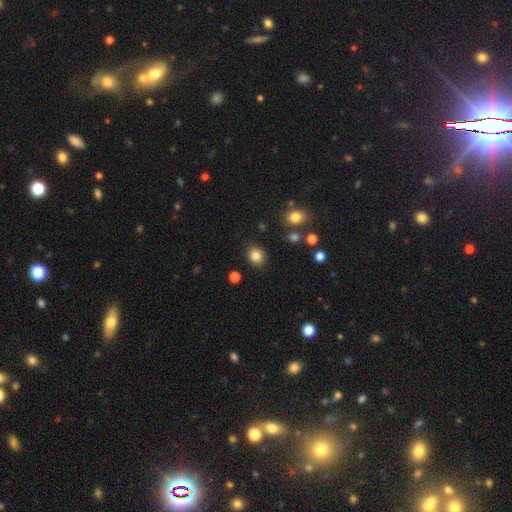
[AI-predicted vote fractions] This appears to be a smooth galaxy with no disk features (84%) that is round (67%). Merging: none (88%).